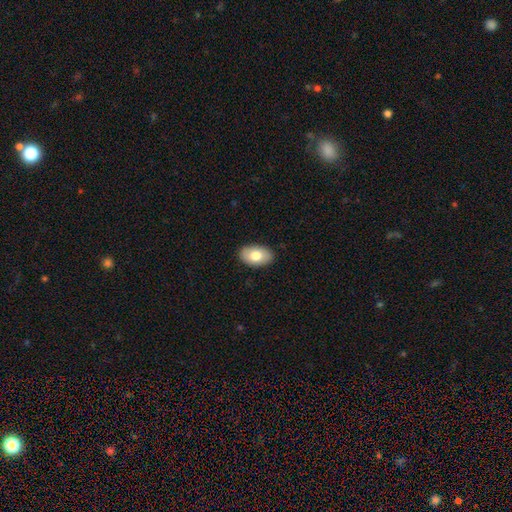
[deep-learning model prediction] A smooth galaxy with no disk features (77%) that is in between round and cigar-shaped (92%).

Vote fractions:
- Smooth or featured? smooth: 77% / featured or disk: 16% / star or artifact: 6%
- How rounded? in between: 92% / round: 7% / cigar-shaped: 1%
- Merging? none: 88% / minor disturbance: 9% / major disturbance: 2% / merger: 1%